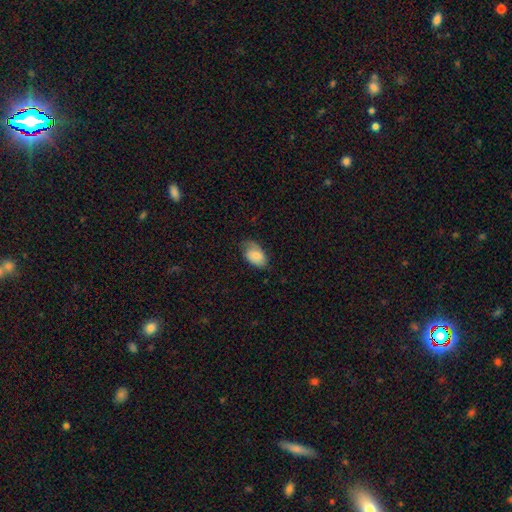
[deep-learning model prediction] smooth-or-featured: smooth: 78% | featured or disk: 16% | star or artifact: 7%
  how-rounded: in between: 92% | round: 7% | cigar-shaped: 1%
  merging: none: 58% | minor disturbance: 32% | major disturbance: 10% | merger: 1%